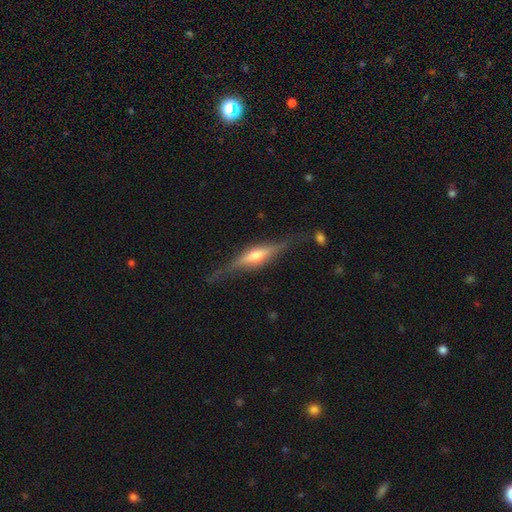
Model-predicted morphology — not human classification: Smooth or featured: featured or disk — 73% (smooth — 21%)
Edge-on disk: yes — 96% (no — 4%)
Edge-on bulge: rounded — 82% (boxy — 13%)
Merging: none — 77% (minor disturbance — 16%)